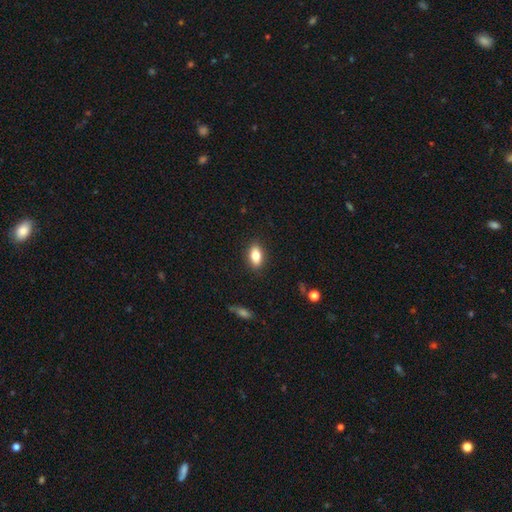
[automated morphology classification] The model was most divided on "smooth or featured": smooth: 79%, featured or disk: 13%, star or artifact: 8%. More confident: merging — none (87%); how rounded — in between (86%).